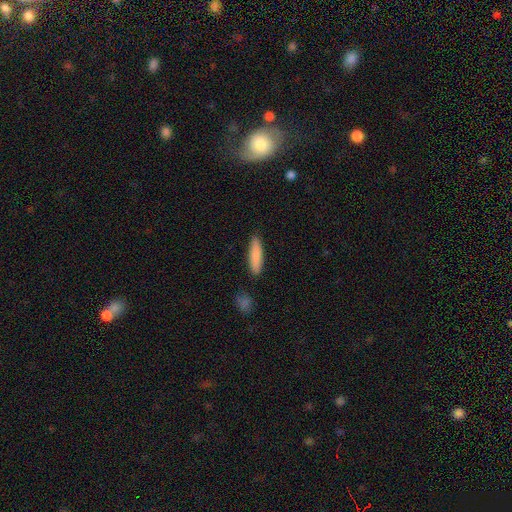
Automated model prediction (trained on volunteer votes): smooth 84%, featured or disk 11%, star or artifact 6%. Down the decision tree: how rounded — cigar-shaped (72%); merging — none (86%).